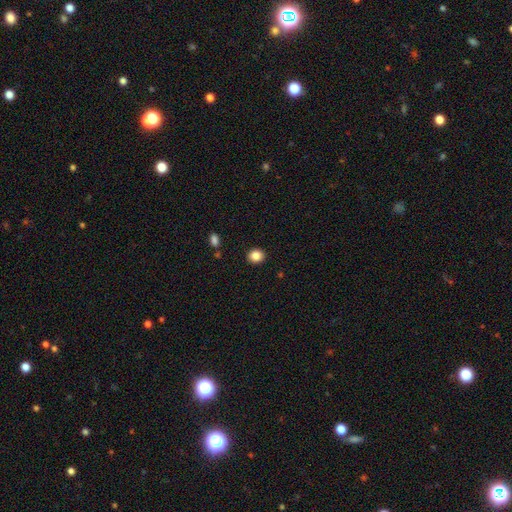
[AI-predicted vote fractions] Smooth or featured? smooth (86%)
How rounded? round (71%)
Merging? none (90%)